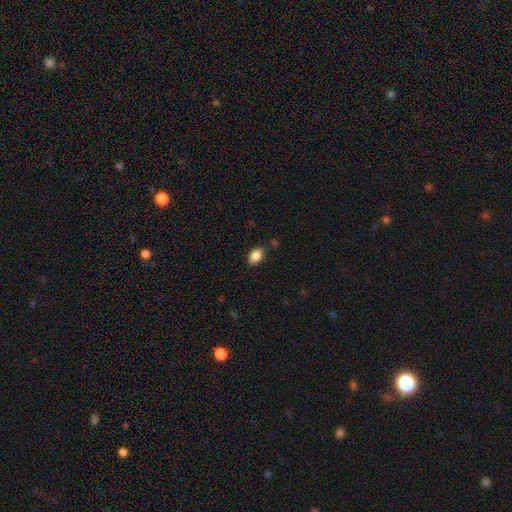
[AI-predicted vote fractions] Smooth or featured: smooth — 87% (star or artifact — 8%)
How rounded: in between — 87% (round — 11%)
Merging: none — 82% (minor disturbance — 13%)